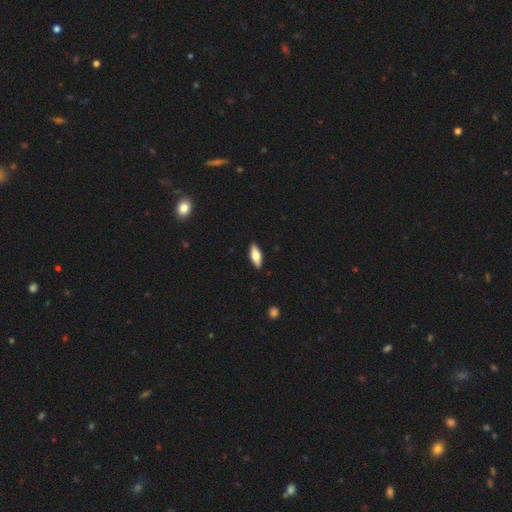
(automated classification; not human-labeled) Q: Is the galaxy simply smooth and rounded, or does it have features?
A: smooth — 65%.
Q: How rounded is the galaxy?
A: in between — 72%.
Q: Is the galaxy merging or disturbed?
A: none — 89%.